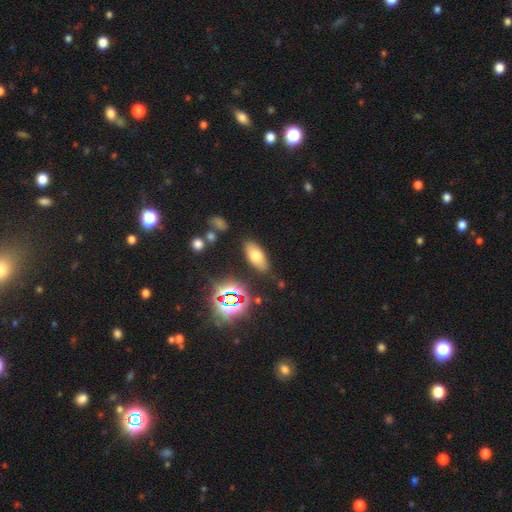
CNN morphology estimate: Smooth or featured: smooth — 67% (star or artifact — 17%)
How rounded: in between — 86% (cigar-shaped — 10%)
Merging: none — 83% (minor disturbance — 11%)